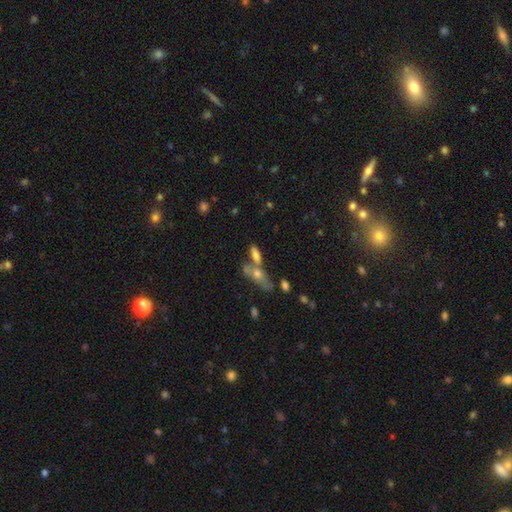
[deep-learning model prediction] smooth_or_featured: smooth (p=0.66) [alt: featured or disk p=0.24]
how_rounded: in between (p=0.64) [alt: cigar-shaped p=0.32]
merging: merger (p=0.45) [alt: none p=0.38]